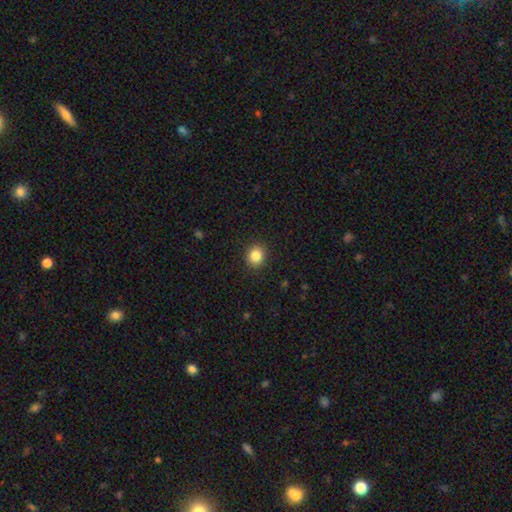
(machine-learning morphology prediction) Smooth or featured: smooth — 85% (star or artifact — 10%)
How rounded: round — 81% (in between — 18%)
Merging: none — 91% (minor disturbance — 6%)